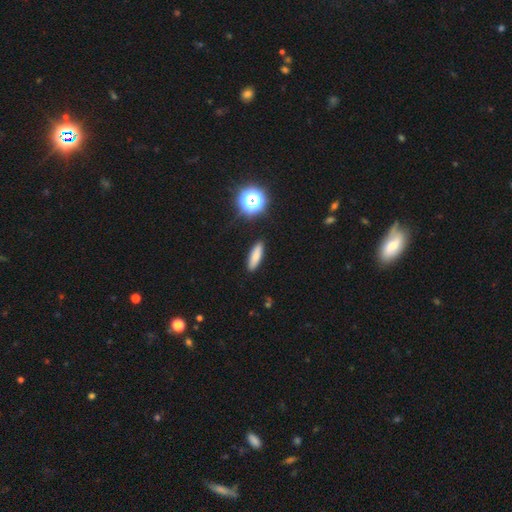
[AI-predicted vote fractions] smooth 79%, star or artifact 11%, featured or disk 10%. Down the decision tree: how rounded — cigar-shaped (56%); merging — none (89%).